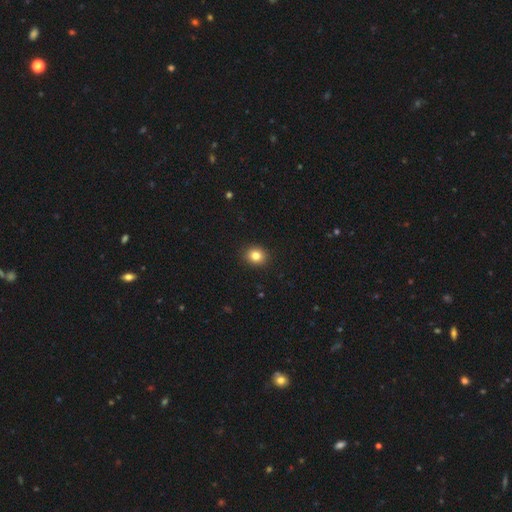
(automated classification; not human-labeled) A smooth galaxy with no disk features (83%) that is round (72%).

Vote fractions:
- Smooth or featured? smooth: 83% / star or artifact: 11% / featured or disk: 6%
- How rounded? round: 72% / in between: 27% / cigar-shaped: 1%
- Merging? none: 92% / minor disturbance: 6% / major disturbance: 2% / merger: 1%